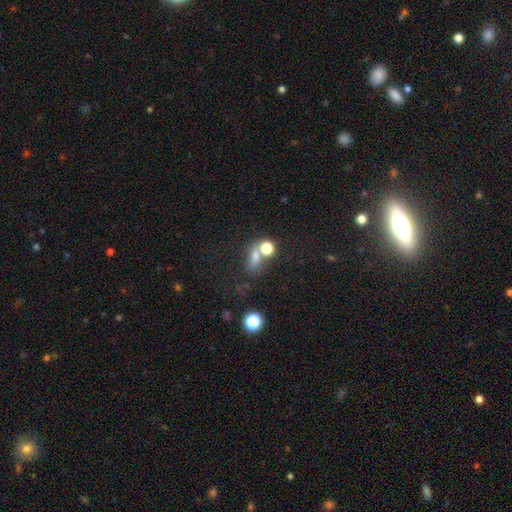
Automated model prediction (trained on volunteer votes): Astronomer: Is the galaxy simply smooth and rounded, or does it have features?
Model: smooth — 62%.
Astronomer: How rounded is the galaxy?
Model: in between — 52% (runner-up: round, 41%).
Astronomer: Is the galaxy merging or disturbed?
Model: none — 42% (runner-up: merger, 34%).